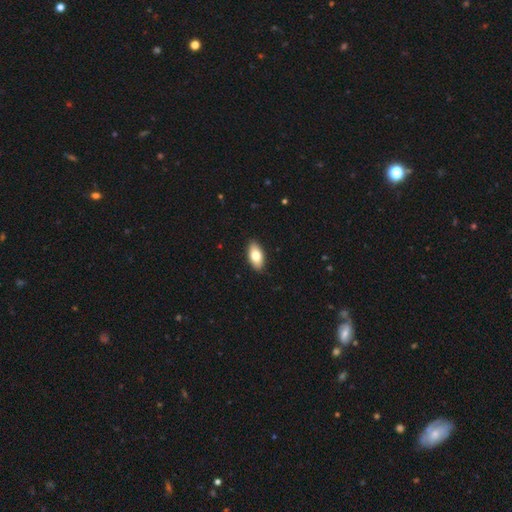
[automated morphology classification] A smooth galaxy with no disk features (78%) that is in between round and cigar-shaped (91%). Merging: none (90%).